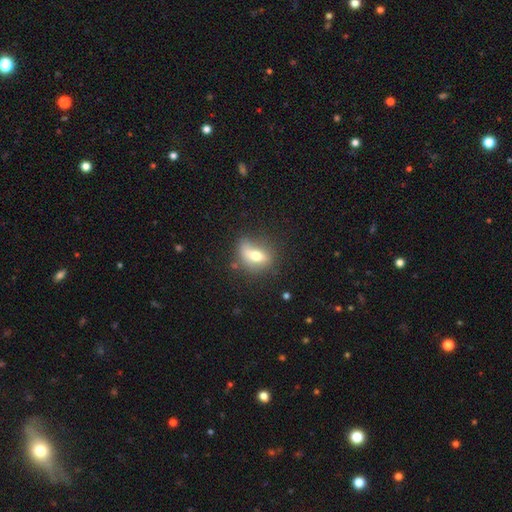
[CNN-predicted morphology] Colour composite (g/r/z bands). It shows a smooth galaxy with no disk features (59%) that is in between round and cigar-shaped (63%). Merging: none (60%).